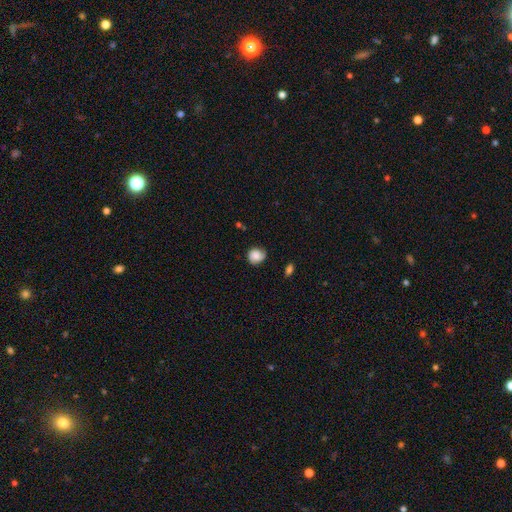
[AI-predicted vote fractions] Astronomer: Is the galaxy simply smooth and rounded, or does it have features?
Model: smooth — 71%.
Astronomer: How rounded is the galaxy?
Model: round — 81%.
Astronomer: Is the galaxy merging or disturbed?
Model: none — 65%.